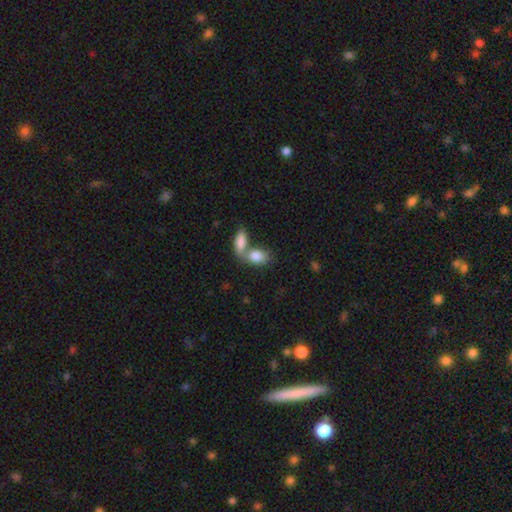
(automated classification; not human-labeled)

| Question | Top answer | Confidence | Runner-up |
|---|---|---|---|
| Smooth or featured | smooth | 83% | featured or disk (11%) |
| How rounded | in between | 87% | round (9%) |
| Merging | merger | 62% | none (27%) |